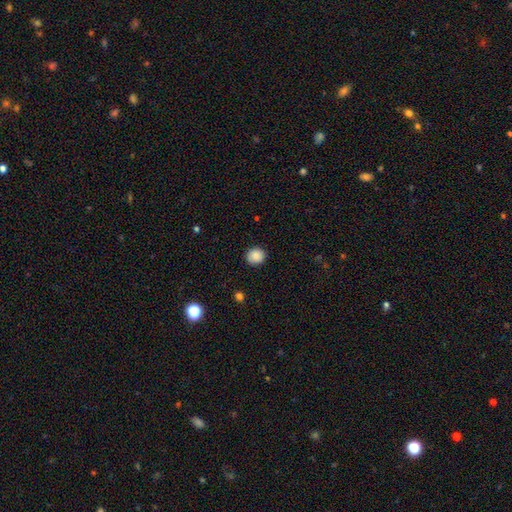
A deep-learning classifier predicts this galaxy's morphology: smooth 86%, star or artifact 9%, featured or disk 5%. Down the decision tree: how rounded — round (83%); merging — none (90%).